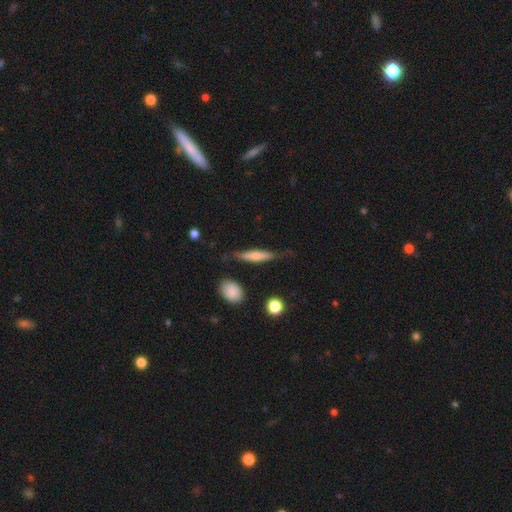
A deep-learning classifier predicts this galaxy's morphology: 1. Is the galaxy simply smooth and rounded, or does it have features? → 51% smooth, 42% featured or disk, 7% star or artifact.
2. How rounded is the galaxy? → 78% cigar-shaped, 18% in between, 3% round.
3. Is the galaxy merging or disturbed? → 71% none, 20% minor disturbance, 6% major disturbance, 3% merger.